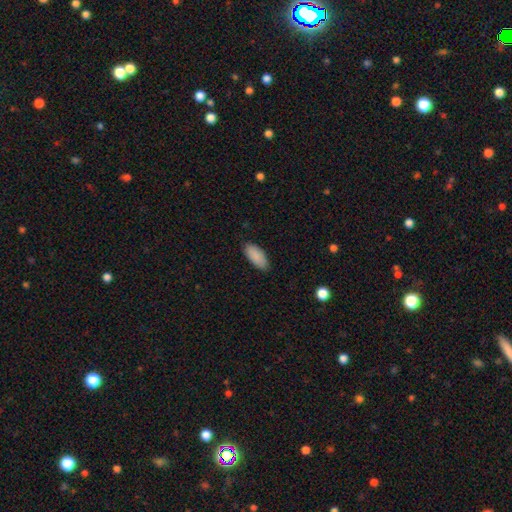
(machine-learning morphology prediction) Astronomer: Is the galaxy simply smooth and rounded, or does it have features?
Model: smooth — 90%.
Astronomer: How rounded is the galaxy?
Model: in between — 89%.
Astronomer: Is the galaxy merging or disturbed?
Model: none — 86%.